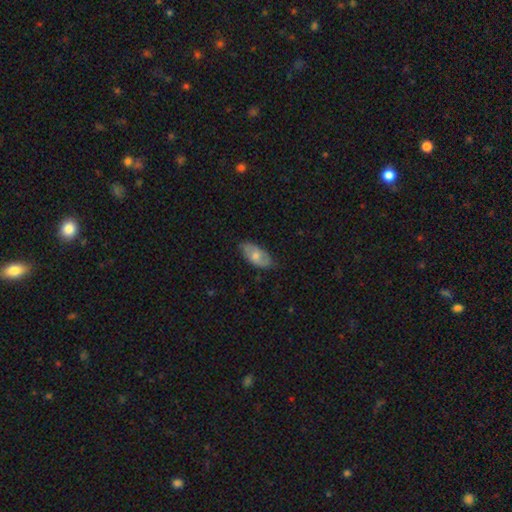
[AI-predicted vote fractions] Smooth or featured? Predicted: smooth (p=0.51). How rounded? Predicted: in between (p=0.92). Merging? Predicted: none (p=0.77).